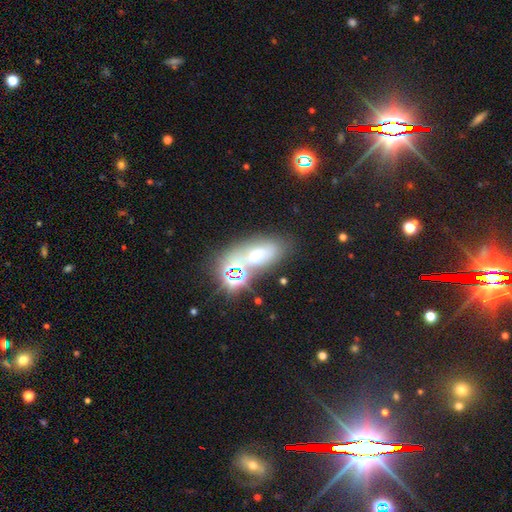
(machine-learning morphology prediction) A smooth galaxy with no disk features (44%). Merging: none (53%).